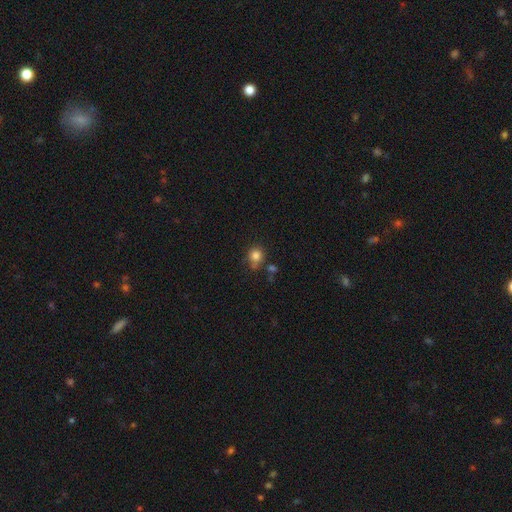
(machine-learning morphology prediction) smooth-or-featured: smooth: 82% | star or artifact: 11% | featured or disk: 6%
  how-rounded: round: 81% | in between: 18% | cigar-shaped: 1%
  merging: none: 65% | minor disturbance: 19% | merger: 11% | major disturbance: 5%